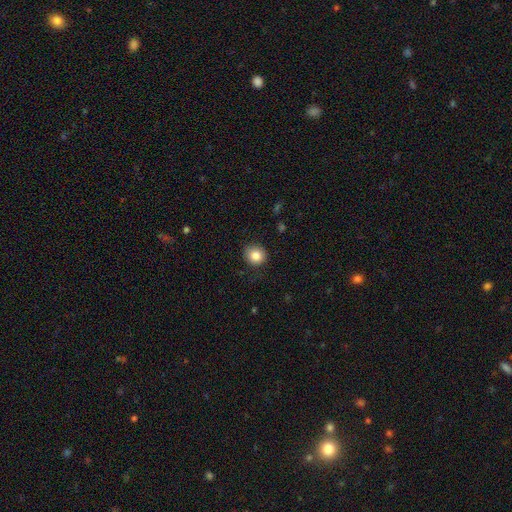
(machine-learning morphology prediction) smooth 84%, star or artifact 10%, featured or disk 6%. Down the decision tree: how rounded — round (86%); merging — none (85%).